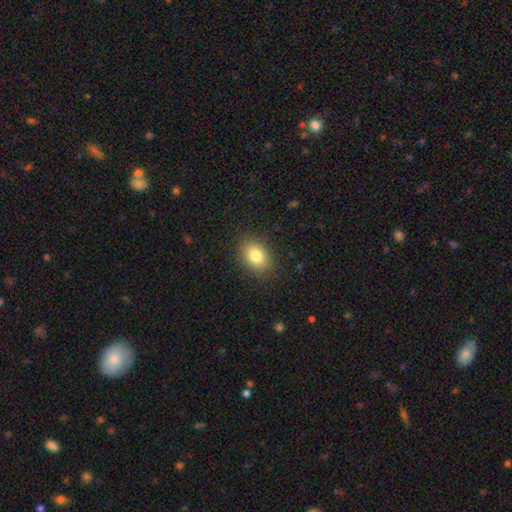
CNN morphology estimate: The model was most divided on "how rounded": in between: 67%, round: 32%, cigar-shaped: 1%. More confident: merging — none (87%); smooth or featured — smooth (82%).